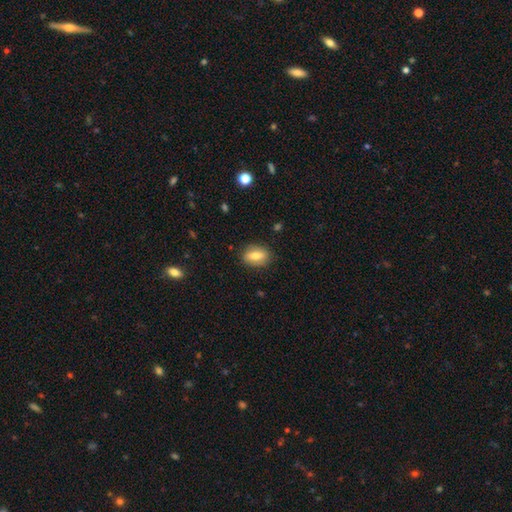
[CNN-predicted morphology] smooth 71%, featured or disk 21%, star or artifact 8%. Down the decision tree: how rounded — in between (80%); merging — none (85%).